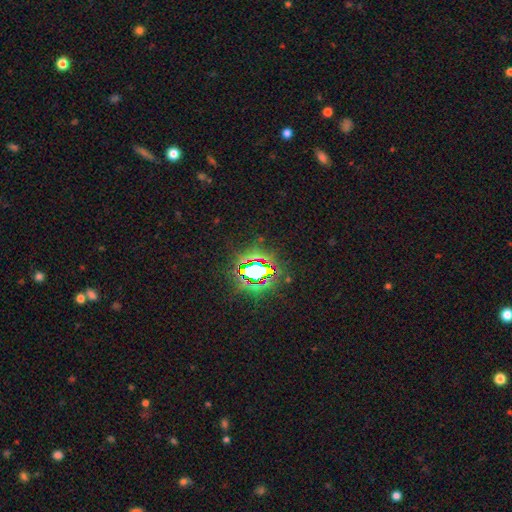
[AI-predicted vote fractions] smooth-or-featured: star or artifact: 80% | smooth: 11% | featured or disk: 8%